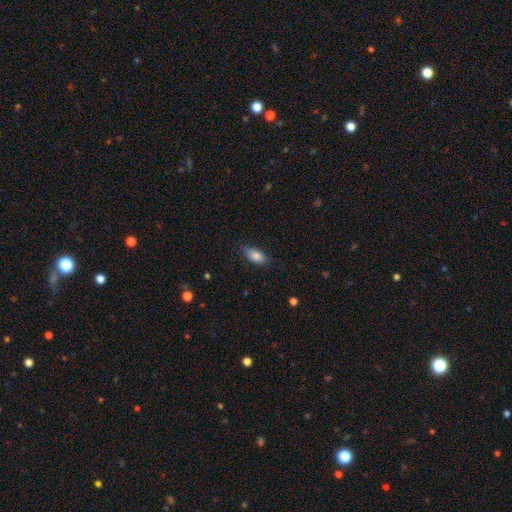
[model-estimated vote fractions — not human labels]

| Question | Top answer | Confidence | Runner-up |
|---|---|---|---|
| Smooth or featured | smooth | 85% | featured or disk (8%) |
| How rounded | in between | 90% | cigar-shaped (5%) |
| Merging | none | 74% | minor disturbance (21%) |